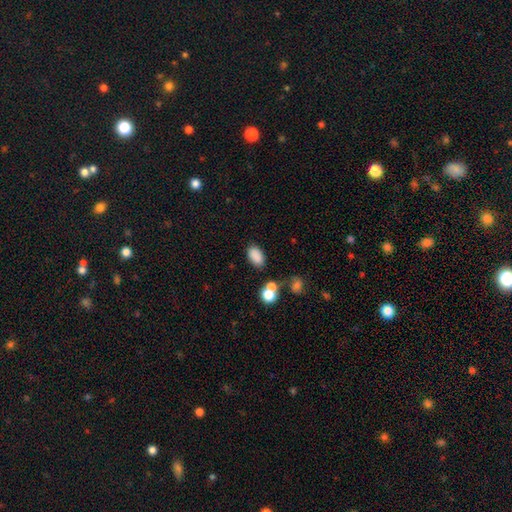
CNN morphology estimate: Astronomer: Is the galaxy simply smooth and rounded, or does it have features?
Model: smooth — 85%.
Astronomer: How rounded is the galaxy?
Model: in between — 90%.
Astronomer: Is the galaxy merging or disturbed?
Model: none — 78%.